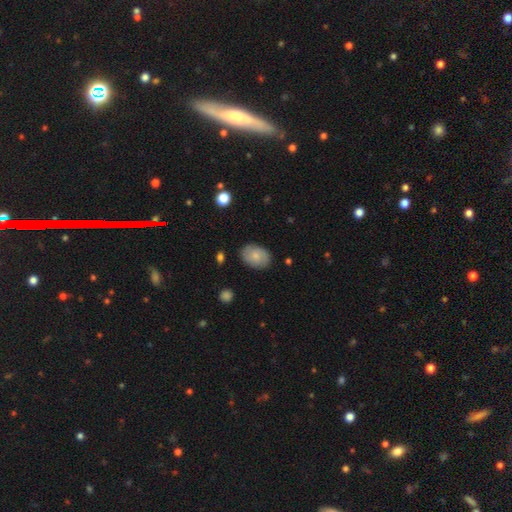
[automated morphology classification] Smooth or featured? Predicted: smooth (p=0.67). How rounded? Predicted: in between (p=0.78). Merging? Predicted: none (p=0.83).